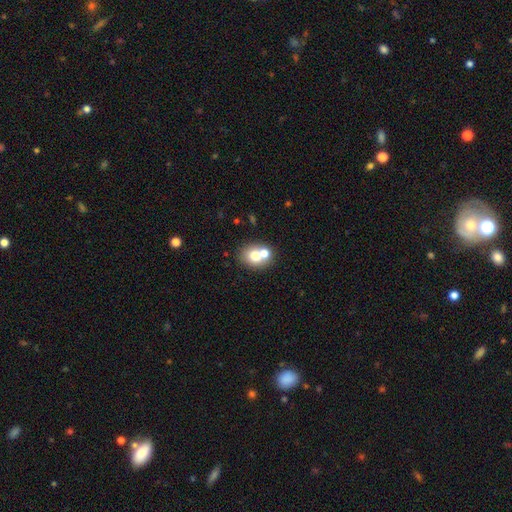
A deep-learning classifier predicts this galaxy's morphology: This is likely a smooth galaxy (70%). How rounded: possibly round (59%). Merging: possibly none (49%).